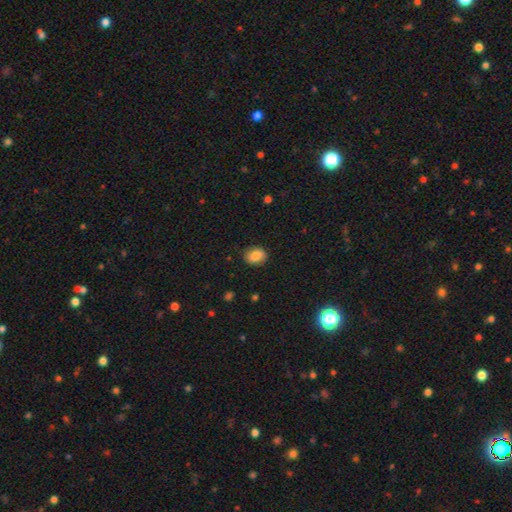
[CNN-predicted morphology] This is clearly a smooth galaxy (84%). How rounded: possibly in between (57%). Merging: clearly none (84%).